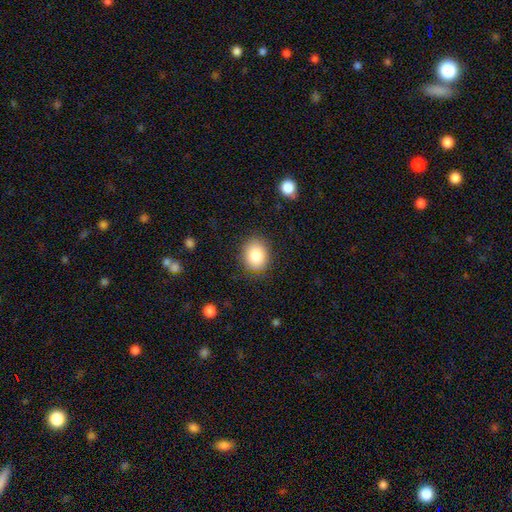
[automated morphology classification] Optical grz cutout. It shows a smooth galaxy with no disk features (83%) that is round (57%). Merging: none (85%).